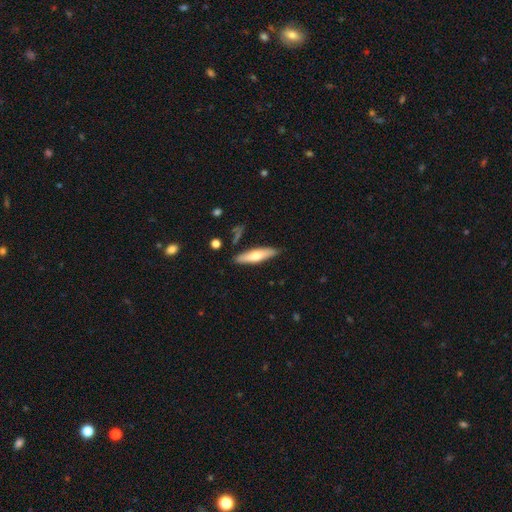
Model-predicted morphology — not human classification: Smooth or featured? Predicted: smooth (p=0.60). How rounded? Predicted: cigar-shaped (p=0.75). Merging? Predicted: none (p=0.85).